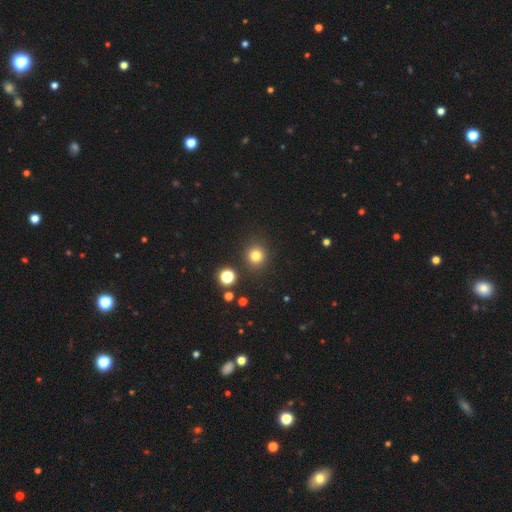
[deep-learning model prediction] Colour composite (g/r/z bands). It shows a smooth galaxy with no disk features (79%) that is round (90%). Merging: none (88%).